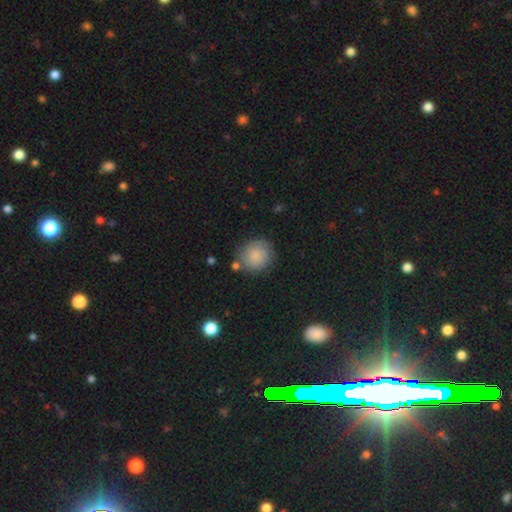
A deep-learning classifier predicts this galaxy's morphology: Smooth or featured? Predicted: smooth (p=0.83). How rounded? Predicted: round (p=0.87). Merging? Predicted: none (p=0.76).